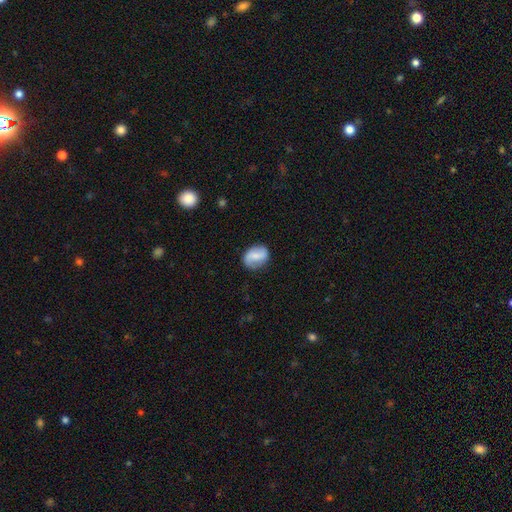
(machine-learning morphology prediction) smooth-or-featured: featured or disk: 48% | smooth: 45% | star or artifact: 7%
  merging: none: 77% | minor disturbance: 17% | major disturbance: 5% | merger: 1%